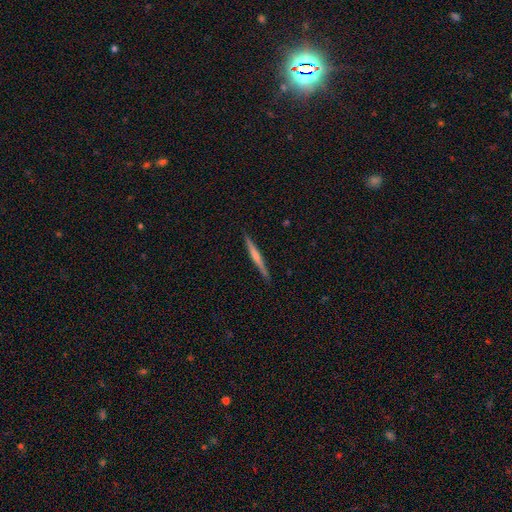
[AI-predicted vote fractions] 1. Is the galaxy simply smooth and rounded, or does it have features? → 53% featured or disk, 42% smooth, 6% star or artifact.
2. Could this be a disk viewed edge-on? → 98% yes, 2% no.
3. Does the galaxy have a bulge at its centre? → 47% none, 36% rounded, 17% boxy.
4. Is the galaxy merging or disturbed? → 89% none, 8% minor disturbance, 1% major disturbance, 1% merger.